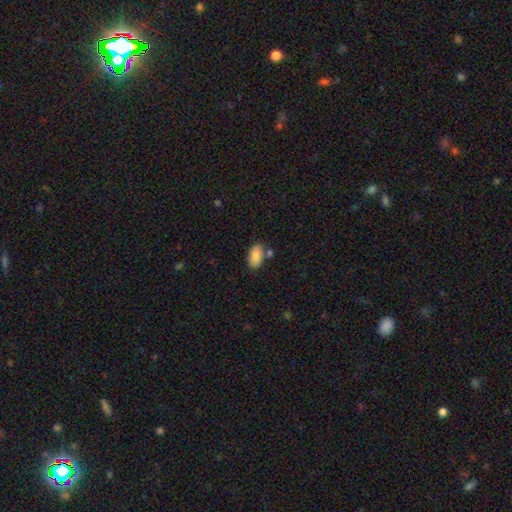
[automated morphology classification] This appears to be a smooth galaxy with no disk features (84%) that is in between round and cigar-shaped (93%). Merging: none (73%).